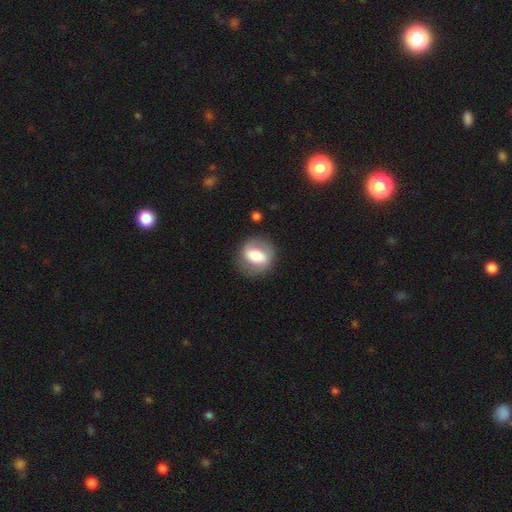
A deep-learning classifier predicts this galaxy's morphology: type=smooth (48%); merging=none (77%).